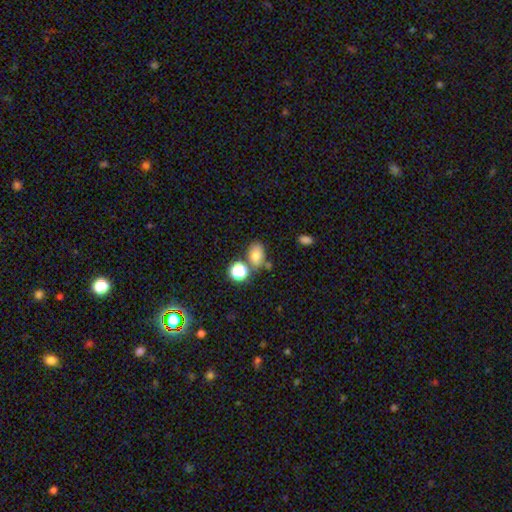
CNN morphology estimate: This is likely a smooth galaxy (76%). How rounded: likely in between (74%). Merging: likely none (63%).